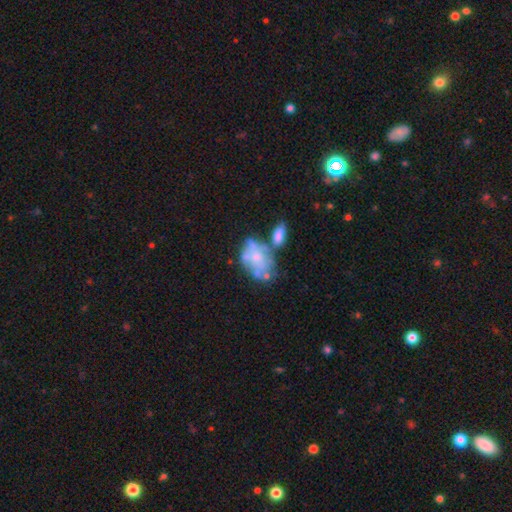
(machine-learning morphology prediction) type=featured or disk (56%); edge-on=no (96%); bar=no (88%); spiral arms=no (74%); bulge=small (53%); merging=none (32%).